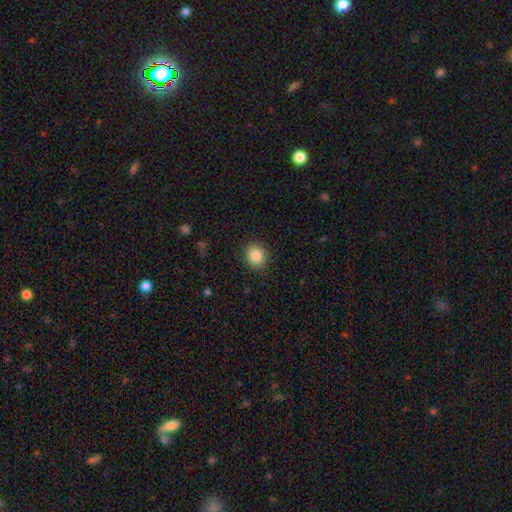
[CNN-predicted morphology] type=smooth (84%); roundness=round (79%); merging=none (89%).